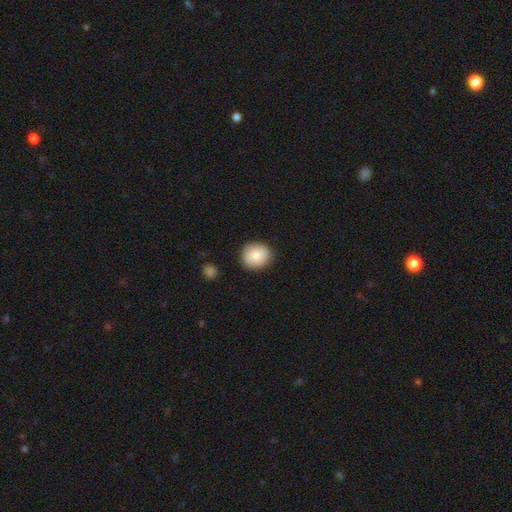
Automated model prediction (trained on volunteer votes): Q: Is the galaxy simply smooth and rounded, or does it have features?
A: smooth — 81%.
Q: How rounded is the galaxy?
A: round — 82%.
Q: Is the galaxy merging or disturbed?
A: none — 86%.